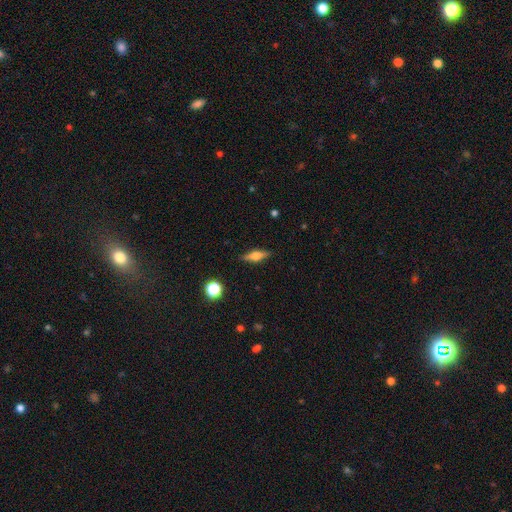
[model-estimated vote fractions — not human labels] This is possibly a featured or disk galaxy (57%). It is clearly viewed edge-on (94%). Edge-on bulge: clearly rounded (89%). Merging: clearly none (88%).